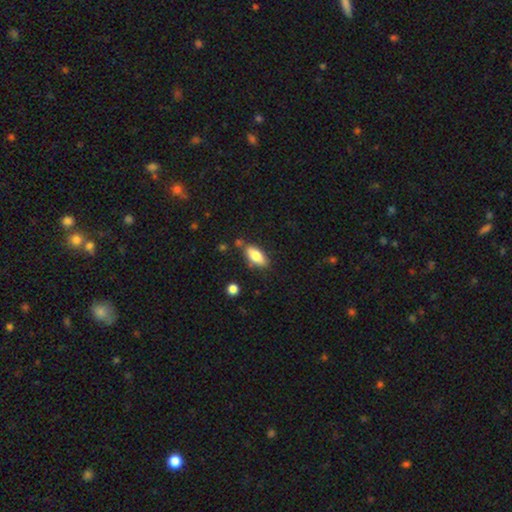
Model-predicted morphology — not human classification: A smooth galaxy with no disk features (80%) that is in between round and cigar-shaped (83%). Merging: none (78%).